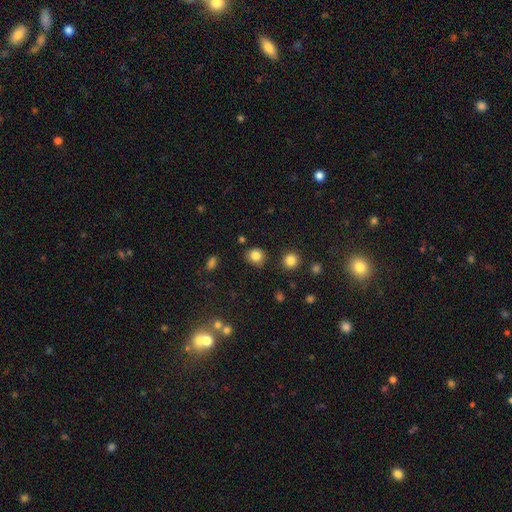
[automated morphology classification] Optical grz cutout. It shows a smooth galaxy with no disk features (83%) that is round (80%). Merging: none (82%).